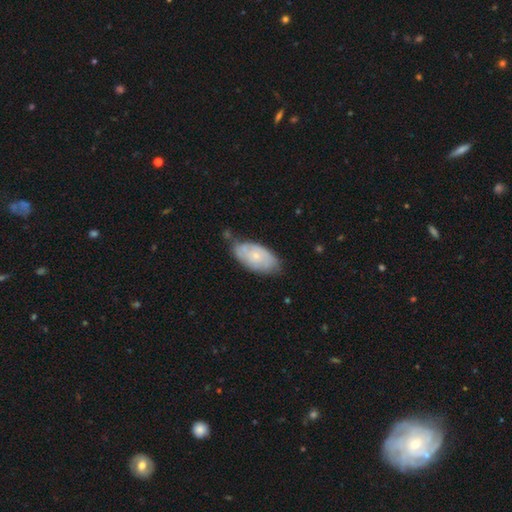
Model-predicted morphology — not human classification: Q: Smooth or featured?
A: featured or disk (52%); runner-up: smooth (42%)
Q: Edge-on disk?
A: no (93%); runner-up: yes (7%)
Q: Merging?
A: none (61%); runner-up: minor disturbance (29%)